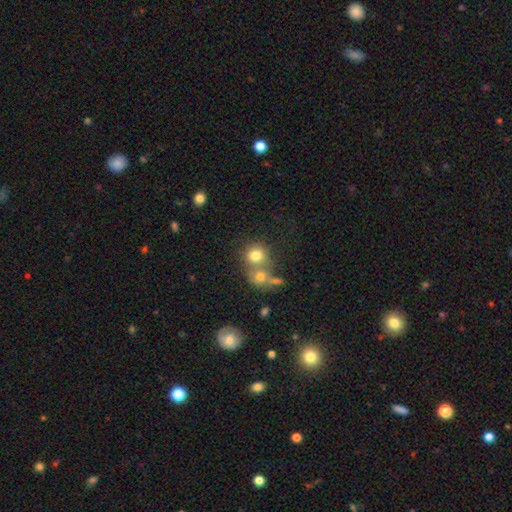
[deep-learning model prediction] Smooth or featured? smooth (76%)
How rounded? round (82%)
Merging? merger (46%)